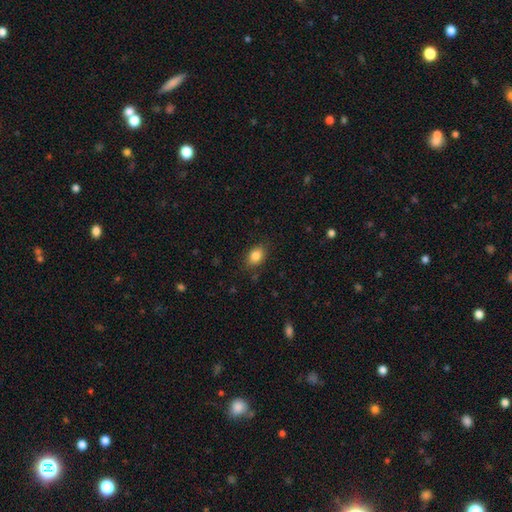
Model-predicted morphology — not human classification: type=smooth (85%); roundness=in between (76%); merging=none (84%).